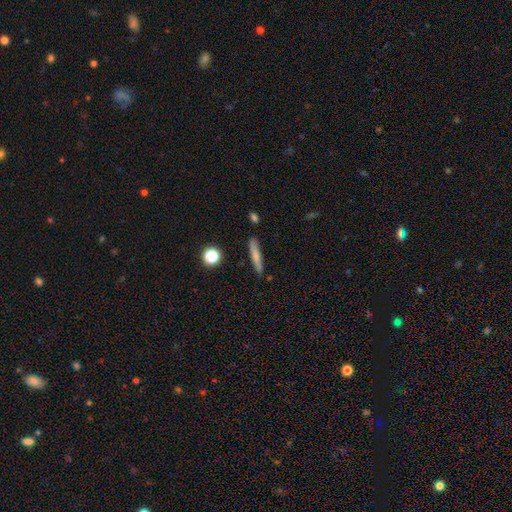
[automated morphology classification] The model was most divided on "smooth or featured": smooth: 71%, featured or disk: 21%, star or artifact: 8%. More confident: how rounded — cigar-shaped (90%); merging — none (84%).